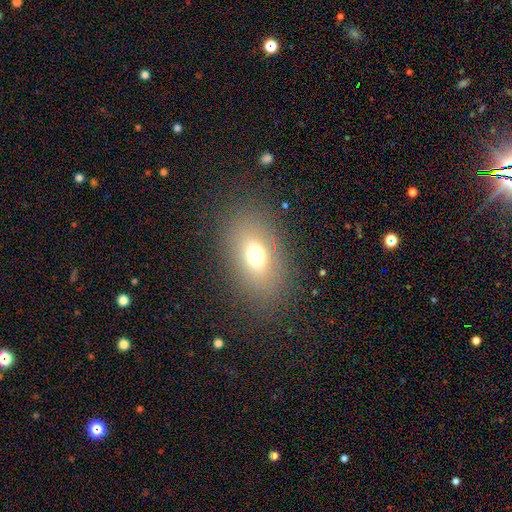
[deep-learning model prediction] This is likely a smooth galaxy (67%). How rounded: likely in between (80%). Merging: clearly none (82%).